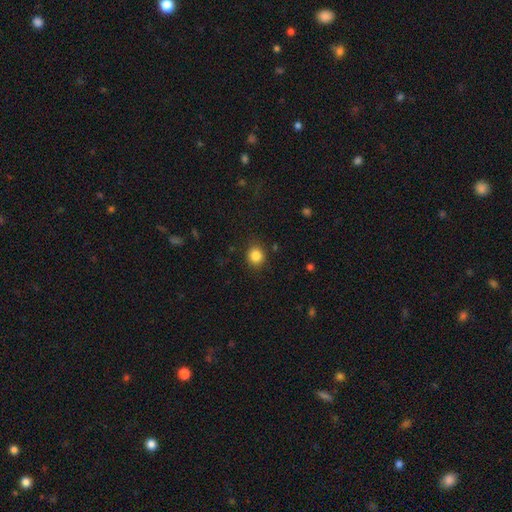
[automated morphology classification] Q: Smooth or featured?
A: smooth (85%); runner-up: star or artifact (11%)
Q: How rounded?
A: round (83%); runner-up: in between (16%)
Q: Merging?
A: none (86%); runner-up: minor disturbance (10%)